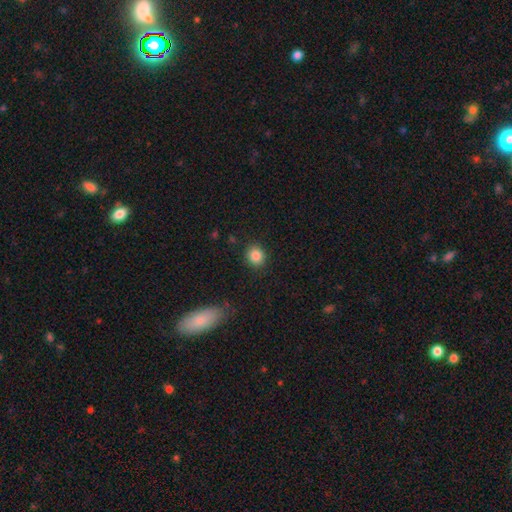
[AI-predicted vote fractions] This is clearly a smooth galaxy (86%). How rounded: likely round (78%). Merging: clearly none (88%).